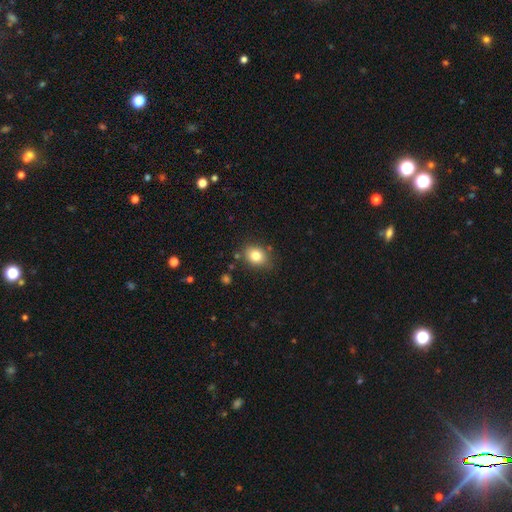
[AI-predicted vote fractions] A smooth galaxy with no disk features (81%) that is in between round and cigar-shaped (50%). Merging: none (81%).